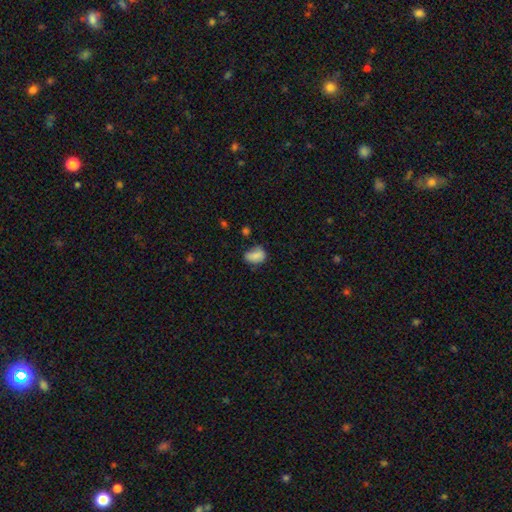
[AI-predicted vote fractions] smooth 80%, featured or disk 11%, star or artifact 9%. Down the decision tree: how rounded — in between (80%); merging — none (55%).